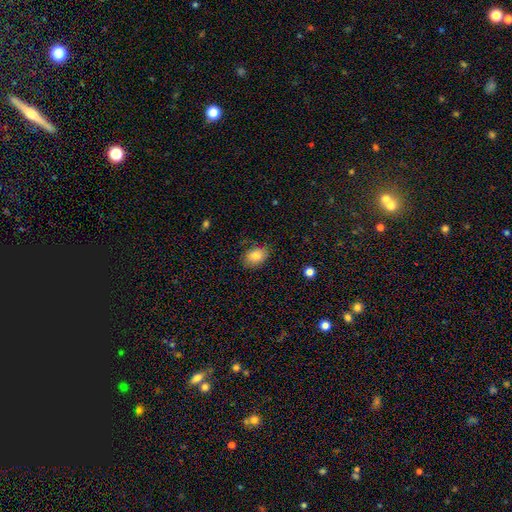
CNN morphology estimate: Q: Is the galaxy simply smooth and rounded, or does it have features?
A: smooth — 84%.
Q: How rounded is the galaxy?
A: in between — 79%.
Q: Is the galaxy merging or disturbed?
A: none — 78%.